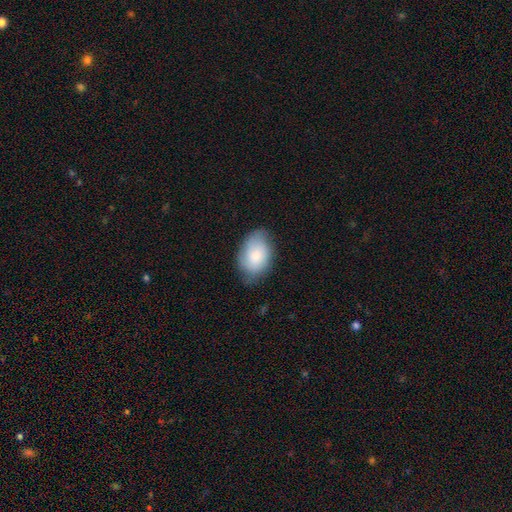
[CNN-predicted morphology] smooth 77%, featured or disk 16%, star or artifact 7%. Down the decision tree: how rounded — in between (87%); merging — none (66%).